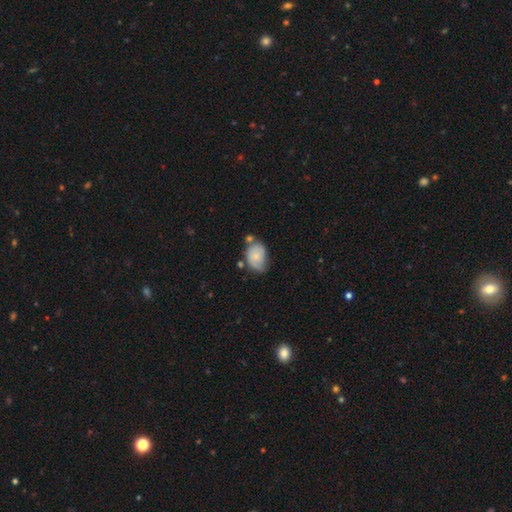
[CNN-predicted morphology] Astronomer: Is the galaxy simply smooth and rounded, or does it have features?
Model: smooth — 67%.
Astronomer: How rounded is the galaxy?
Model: in between — 78%.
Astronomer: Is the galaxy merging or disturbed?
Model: none — 39% (runner-up: minor disturbance, 37%).